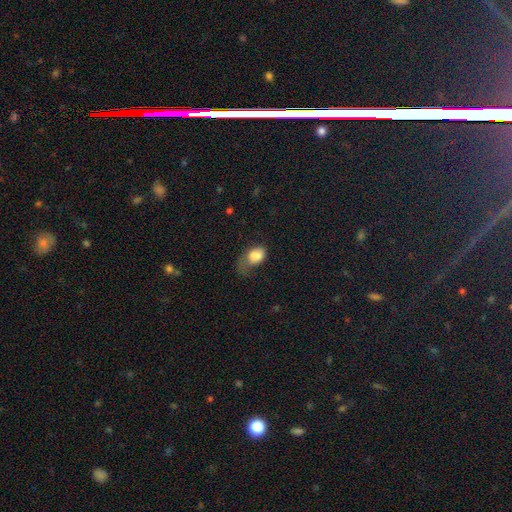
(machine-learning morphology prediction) smooth-or-featured: smooth: 74% | featured or disk: 16% | star or artifact: 10%
  how-rounded: in between: 76% | round: 22% | cigar-shaped: 2%
  merging: major disturbance: 42% | minor disturbance: 23% | none: 20% | merger: 16%